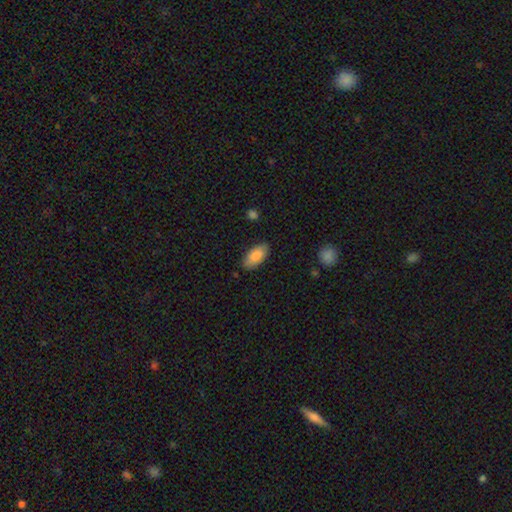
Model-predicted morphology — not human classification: This is clearly a smooth galaxy (87%). How rounded: clearly in between (92%). Merging: clearly none (84%).